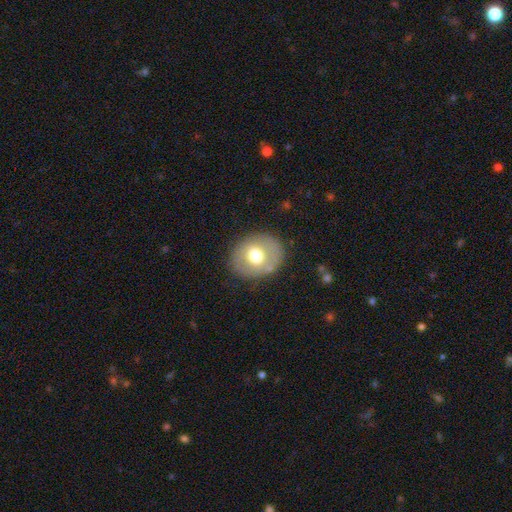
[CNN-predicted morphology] Smooth or featured: smooth — 61% (featured or disk — 31%)
How rounded: round — 67% (in between — 32%)
Merging: none — 82% (minor disturbance — 12%)